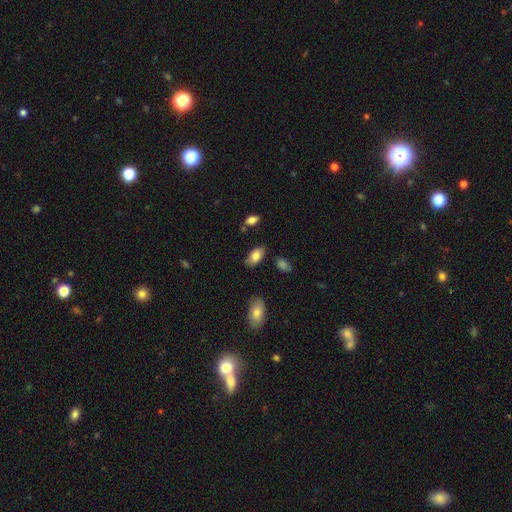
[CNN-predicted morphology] Smooth or featured? Predicted: smooth (p=0.81). How rounded? Predicted: in between (p=0.94). Merging? Predicted: none (p=0.81).